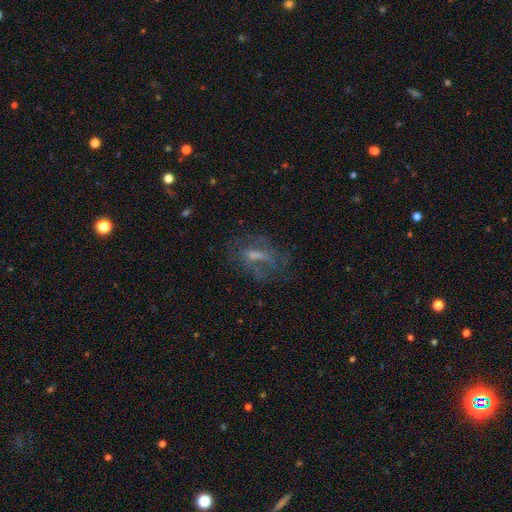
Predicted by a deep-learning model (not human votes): Smooth or featured: featured or disk — 52% (smooth — 34%)
Edge-on disk: no — 89% (yes — 11%)
Merging: none — 50% (major disturbance — 27%)